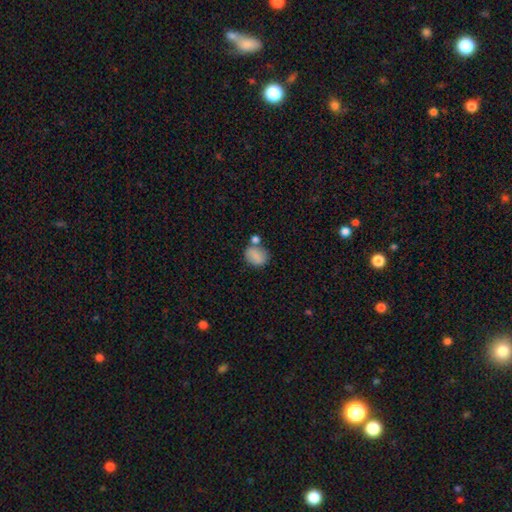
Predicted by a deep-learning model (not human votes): This appears to be a smooth galaxy with no disk features (84%) that is in between round and cigar-shaped (50%). Merging: none (55%).